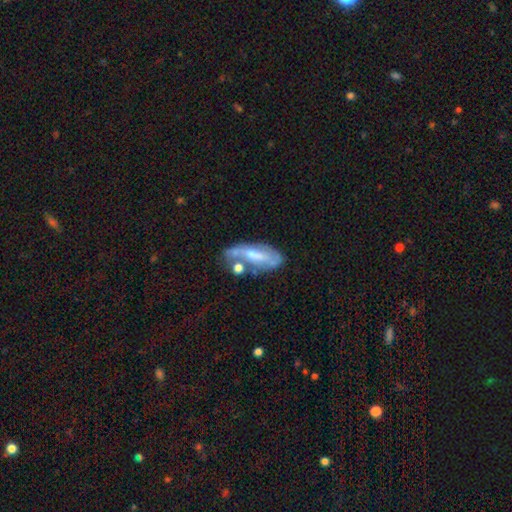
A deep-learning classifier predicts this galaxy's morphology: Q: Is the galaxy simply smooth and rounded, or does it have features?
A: featured or disk — 56%.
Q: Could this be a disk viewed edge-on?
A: no — 79%.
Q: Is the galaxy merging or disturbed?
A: none — 40%.